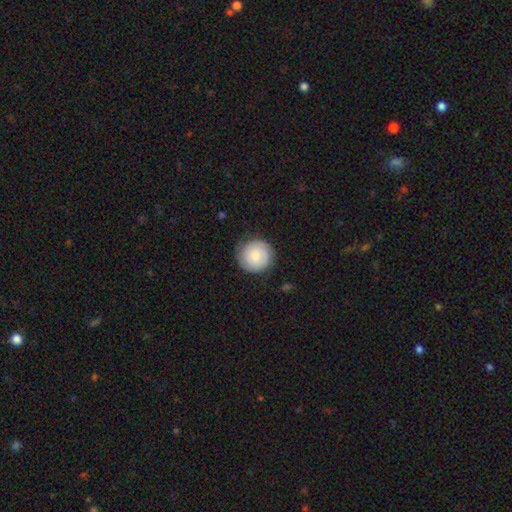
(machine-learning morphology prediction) The model was most divided on "smooth or featured": smooth: 64%, featured or disk: 30%, star or artifact: 7%. More confident: how rounded — round (94%); merging — none (84%).